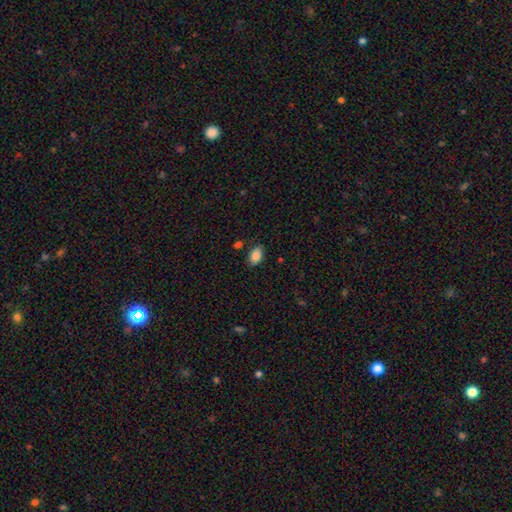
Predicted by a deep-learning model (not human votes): The model was most divided on "merging": none: 82%, minor disturbance: 12%, merger: 3%, major disturbance: 3%. More confident: how rounded — in between (91%); smooth or featured — smooth (87%).